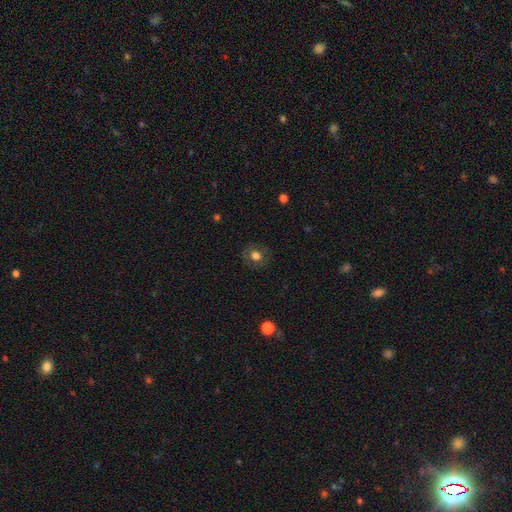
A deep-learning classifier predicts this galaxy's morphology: smooth-or-featured: smooth: 69% | featured or disk: 20% | star or artifact: 11%
  how-rounded: round: 75% | in between: 24% | cigar-shaped: 1%
  merging: none: 84% | minor disturbance: 11% | major disturbance: 4% | merger: 1%